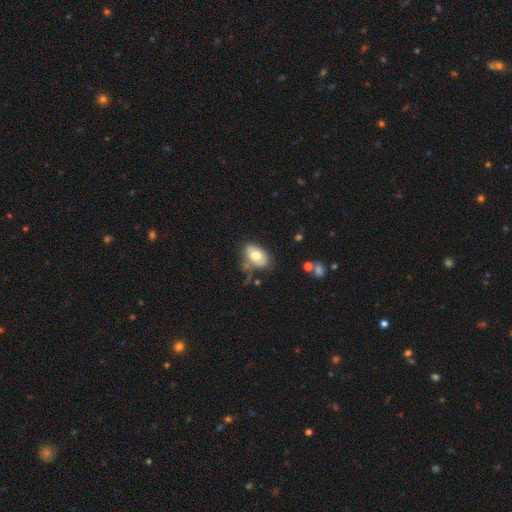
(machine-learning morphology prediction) smooth 69%, featured or disk 24%, star or artifact 7%. Down the decision tree: how rounded — in between (88%); merging — none (58%).